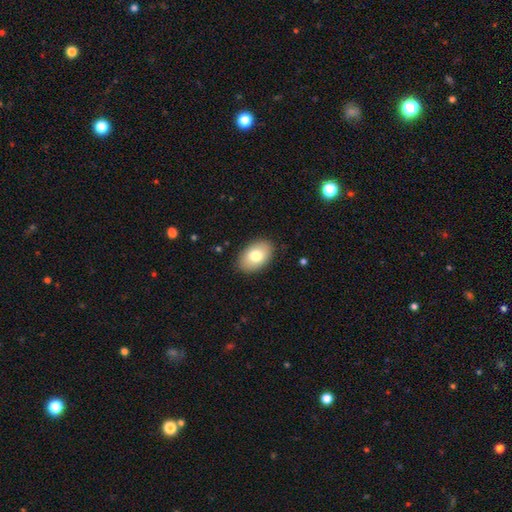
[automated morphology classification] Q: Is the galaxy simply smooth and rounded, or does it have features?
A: smooth — 78%.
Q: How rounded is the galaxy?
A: in between — 90%.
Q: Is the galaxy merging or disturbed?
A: none — 88%.